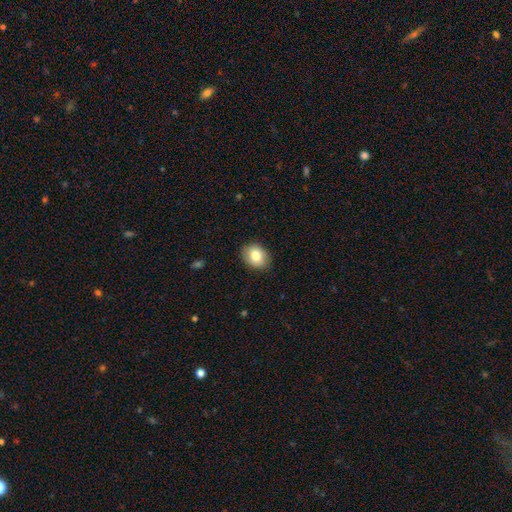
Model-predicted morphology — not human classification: Q: Smooth or featured?
A: smooth (81%); runner-up: featured or disk (11%)
Q: How rounded?
A: in between (63%); runner-up: round (36%)
Q: Merging?
A: none (87%); runner-up: minor disturbance (10%)